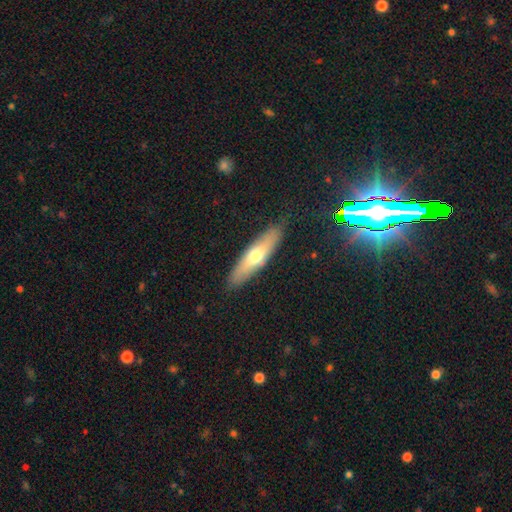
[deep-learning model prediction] smooth-or-featured: smooth: 59% | featured or disk: 35% | star or artifact: 6%
  how-rounded: cigar-shaped: 64% | in between: 34% | round: 2%
  merging: none: 86% | minor disturbance: 11% | major disturbance: 2% | merger: 1%